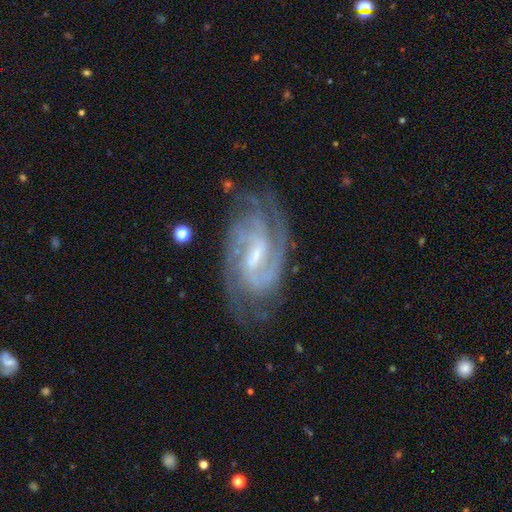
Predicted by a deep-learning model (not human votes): Smooth or featured?
  - featured or disk: 91% *
  - star or artifact: 5%
  - smooth: 4%
Edge-on disk?
  - no: 97% *
  - yes: 3%
Bar?
  - weak: 50% *
  - strong: 33%
  - no: 17%
Spiral arms?
  - yes: 98% *
  - no: 2%
Spiral winding?
  - tight: 53% *
  - medium: 40%
  - loose: 7%
Spiral arm count?
  - 2: 46% *
  - 3: 20%
  - can't tell: 15%
  - 4: 10%
  - more than 4: 5%
  - 1: 5%
Bulge size?
  - small: 70% *
  - moderate: 22%
  - none: 6%
  - large: 1%
  - dominant: 1%
Merging?
  - none: 75% *
  - minor disturbance: 17%
  - major disturbance: 7%
  - merger: 2%